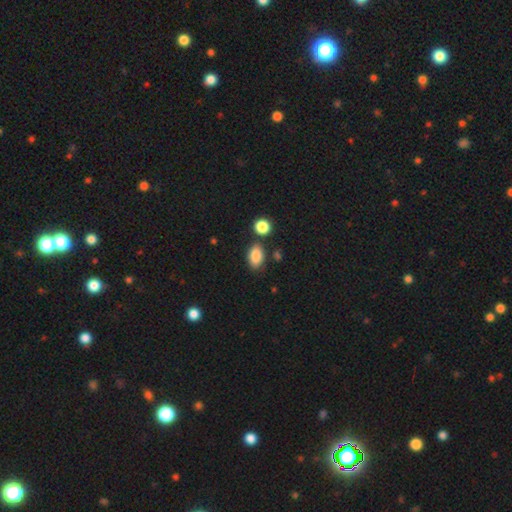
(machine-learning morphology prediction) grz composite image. It shows a smooth galaxy with no disk features (87%) that is in between round and cigar-shaped (87%). Merging: none (76%).